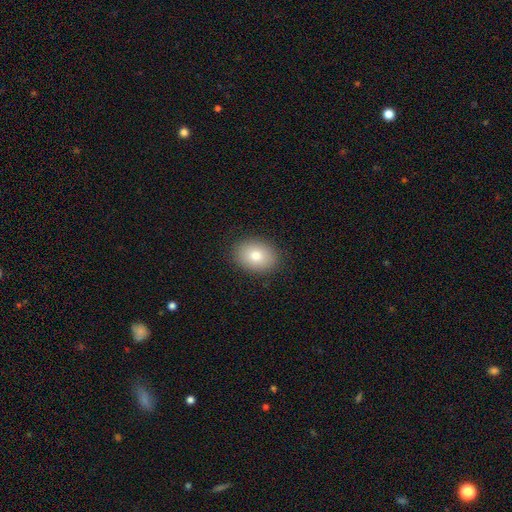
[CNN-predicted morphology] Smooth or featured: smooth — 79% (featured or disk — 12%)
How rounded: in between — 71% (round — 28%)
Merging: none — 89% (minor disturbance — 8%)